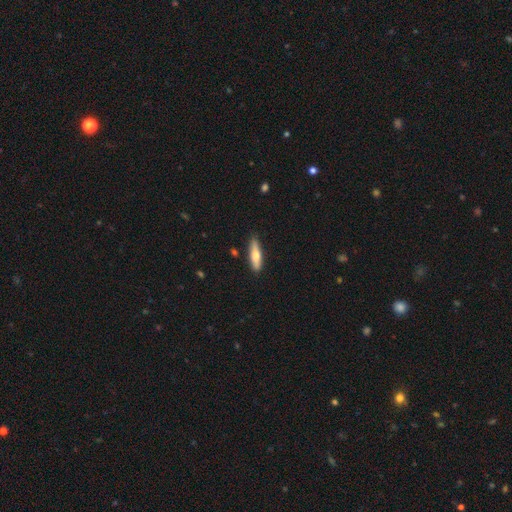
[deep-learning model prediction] The model was most divided on "smooth or featured": smooth: 62%, featured or disk: 33%, star or artifact: 5%. More confident: merging — none (86%); how rounded — cigar-shaped (67%).